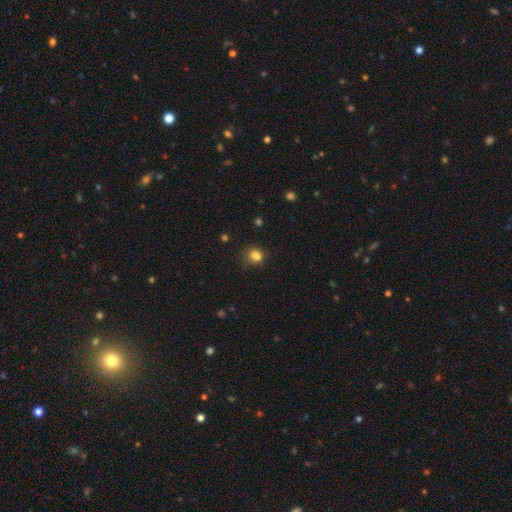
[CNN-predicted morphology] Smooth or featured: smooth — 78% (star or artifact — 14%)
How rounded: round — 54% (in between — 45%)
Merging: none — 55% (minor disturbance — 23%)